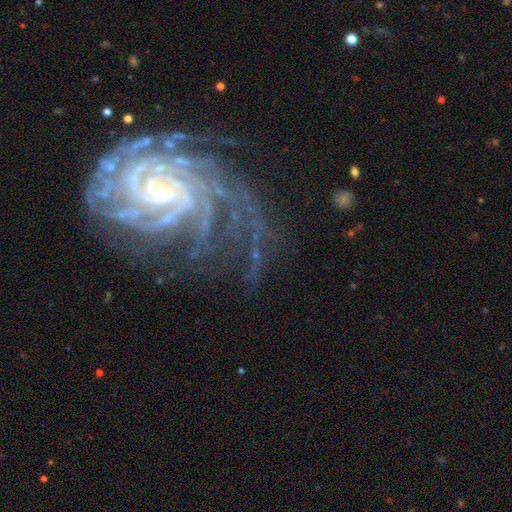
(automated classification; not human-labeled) A featured or disk galaxy (89%) with no bar (48%), more than 4 (26%) tight (74%) spiral arms (98%) and a small central bulge (78%). Merging: none (66%).